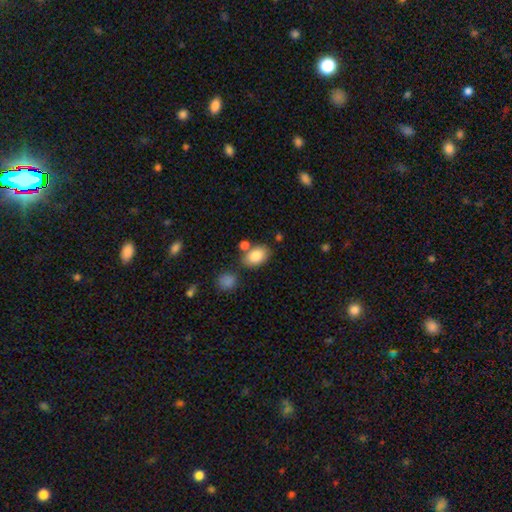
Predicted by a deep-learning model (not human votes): The model was most divided on "merging": none: 68%, minor disturbance: 14%, merger: 14%, major disturbance: 4%. More confident: how rounded — in between (85%); smooth or featured — smooth (83%).